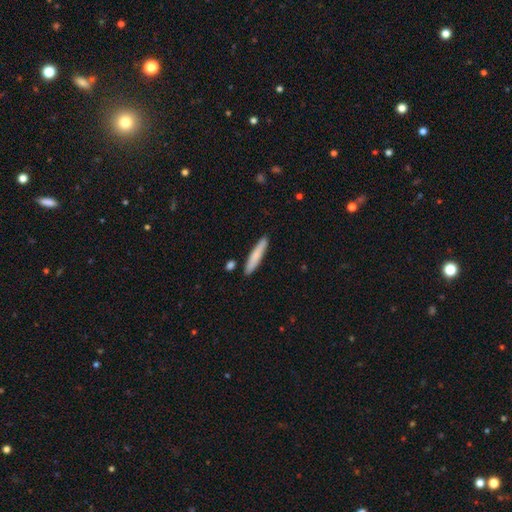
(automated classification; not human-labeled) Smooth or featured?
  - smooth: 79% *
  - featured or disk: 16%
  - star or artifact: 5%
How rounded?
  - cigar-shaped: 91% *
  - in between: 8%
  - round: 1%
Merging?
  - none: 88% *
  - minor disturbance: 8%
  - merger: 2%
  - major disturbance: 2%